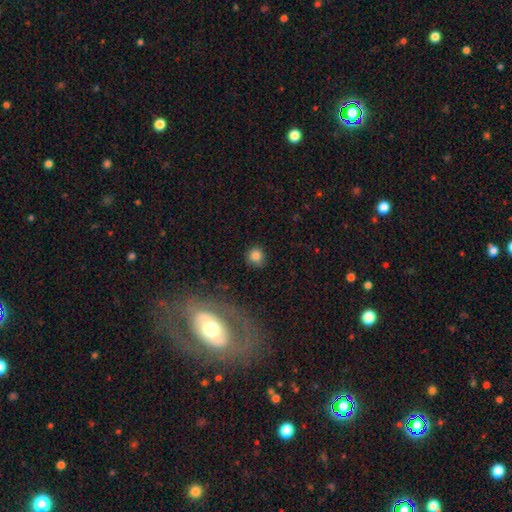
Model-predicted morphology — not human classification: smooth_or_featured: smooth (p=0.82) [alt: star or artifact p=0.12]
how_rounded: round (p=0.89) [alt: in between p=0.10]
merging: none (p=0.86) [alt: minor disturbance p=0.09]